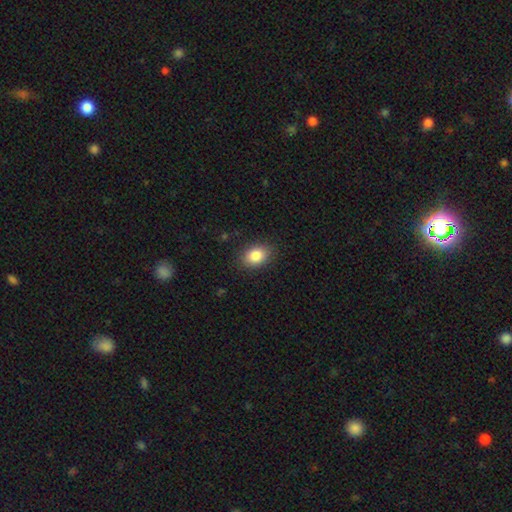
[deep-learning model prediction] Smooth or featured?
  - smooth: 85% *
  - star or artifact: 8%
  - featured or disk: 6%
How rounded?
  - in between: 76% *
  - round: 23%
  - cigar-shaped: 1%
Merging?
  - none: 87% *
  - minor disturbance: 10%
  - major disturbance: 3%
  - merger: 1%